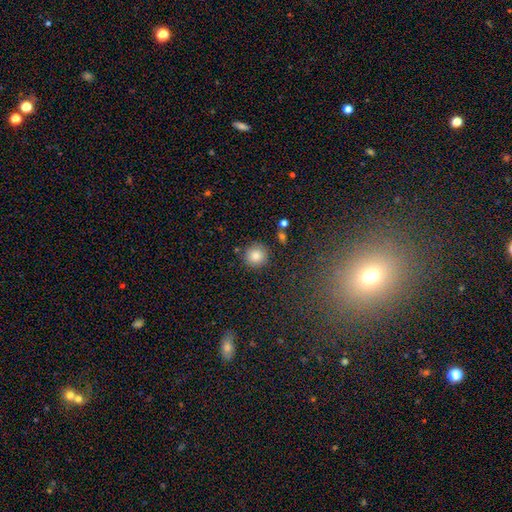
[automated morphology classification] A smooth galaxy with no disk features (82%) that is round (93%).

Vote fractions:
- Smooth or featured? smooth: 82% / star or artifact: 10% / featured or disk: 7%
- How rounded? round: 93% / in between: 6% / cigar-shaped: 1%
- Merging? none: 87% / minor disturbance: 7% / merger: 3% / major disturbance: 2%